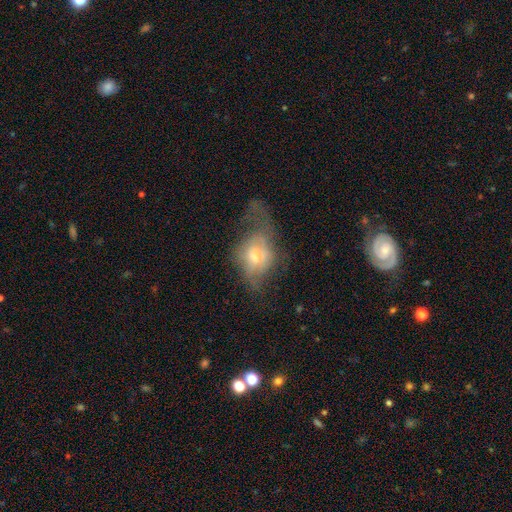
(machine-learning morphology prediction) This is possibly a smooth galaxy (49%). Merging: possibly major disturbance (53%).